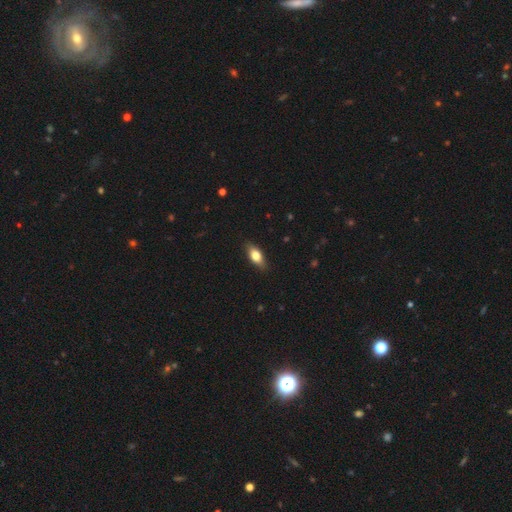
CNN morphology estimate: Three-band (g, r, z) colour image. It shows a smooth galaxy with no disk features (73%) that is in between round and cigar-shaped (81%). Merging: none (86%).